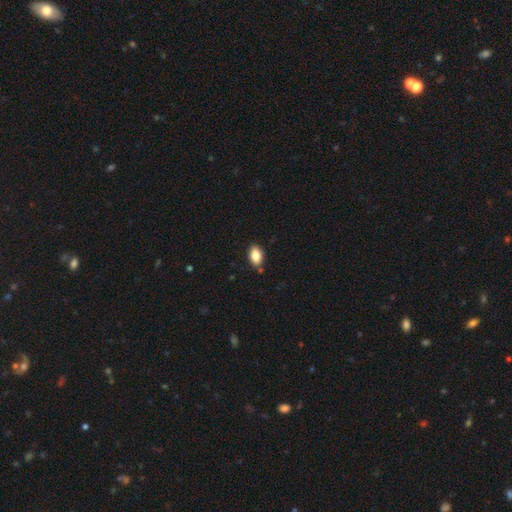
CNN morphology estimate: The model was most divided on "merging": none: 84%, minor disturbance: 11%, merger: 3%, major disturbance: 2%. More confident: how rounded — in between (90%); smooth or featured — smooth (85%).